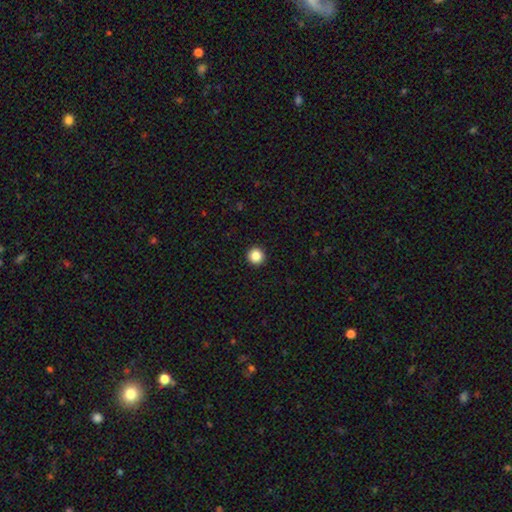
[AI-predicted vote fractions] Morphology: type=smooth (86%); roundness=round (96%); merging=none (94%).